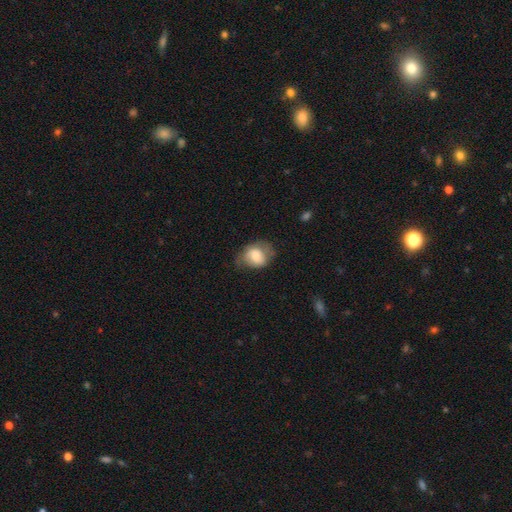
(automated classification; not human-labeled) smooth 69%, featured or disk 24%, star or artifact 7%. Down the decision tree: how rounded — in between (51%); merging — none (55%).